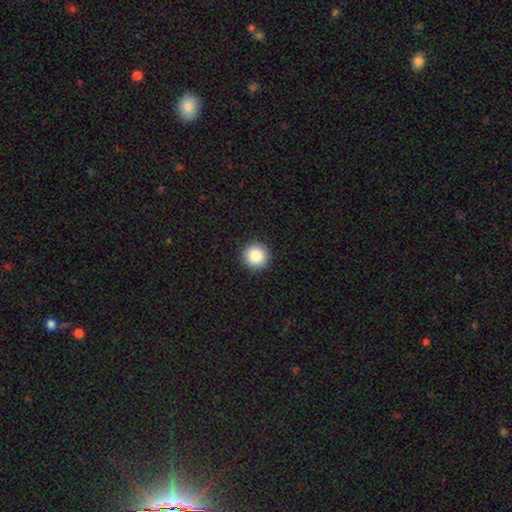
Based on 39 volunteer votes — Smooth or featured? smooth (95%)
How rounded? round (100%)
Merging? none (95%)